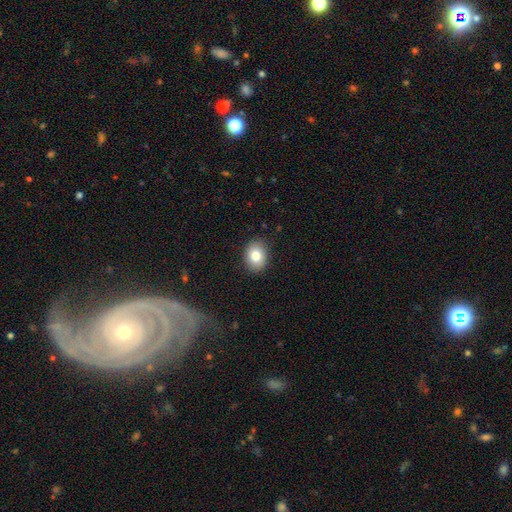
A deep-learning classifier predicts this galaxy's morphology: Overall: smooth (81%). How rounded: in between (55%; round 44%). Merging: none (88%).